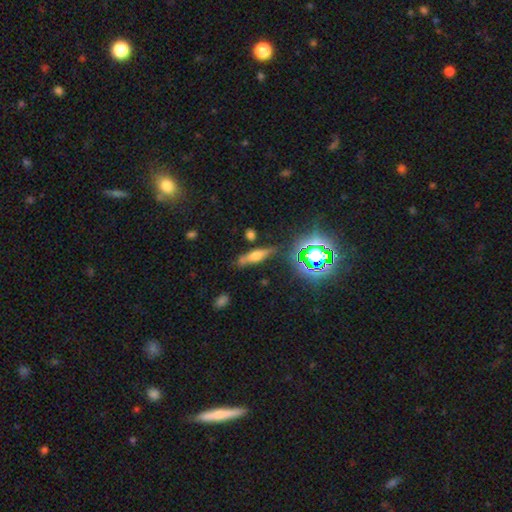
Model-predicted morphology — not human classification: This appears to be a smooth galaxy with no disk features (43%). Merging: none (72%).